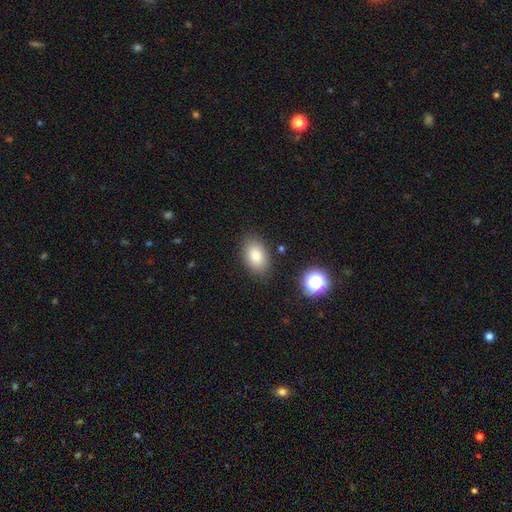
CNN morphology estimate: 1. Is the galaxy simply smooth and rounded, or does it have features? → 82% smooth, 9% star or artifact, 9% featured or disk.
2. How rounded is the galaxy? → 88% in between, 11% round, 1% cigar-shaped.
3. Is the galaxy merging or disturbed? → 84% none, 11% minor disturbance, 3% major disturbance, 2% merger.